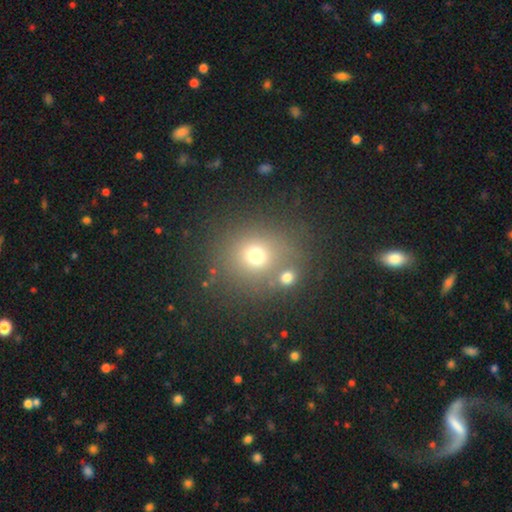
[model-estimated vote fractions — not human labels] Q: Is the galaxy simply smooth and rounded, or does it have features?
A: smooth — 68%.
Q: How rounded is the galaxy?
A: round — 81%.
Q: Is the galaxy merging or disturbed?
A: none — 67%.